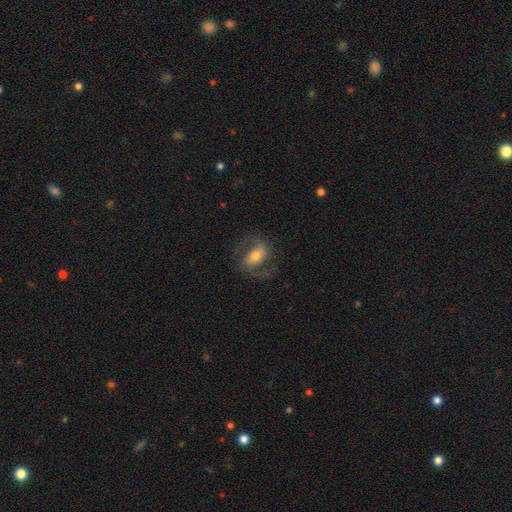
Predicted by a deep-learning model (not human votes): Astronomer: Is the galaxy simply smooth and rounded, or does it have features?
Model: featured or disk — 70%.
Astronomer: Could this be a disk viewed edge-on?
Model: no — 95%.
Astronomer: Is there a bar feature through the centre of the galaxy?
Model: strong — 38% (runner-up: weak, 37%).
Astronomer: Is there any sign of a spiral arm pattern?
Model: yes — 85%.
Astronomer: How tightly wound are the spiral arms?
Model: medium — 54%.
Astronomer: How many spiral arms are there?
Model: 2 — 88%.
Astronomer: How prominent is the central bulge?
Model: moderate — 64%.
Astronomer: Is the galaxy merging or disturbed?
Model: none — 72%.